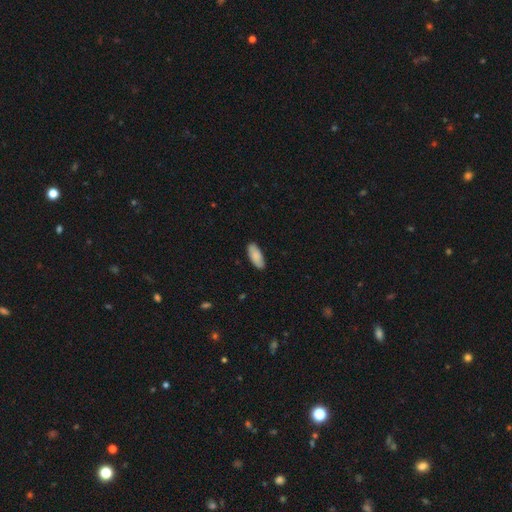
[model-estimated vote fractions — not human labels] Smooth or featured? smooth (86%)
How rounded? in between (83%)
Merging? none (87%)